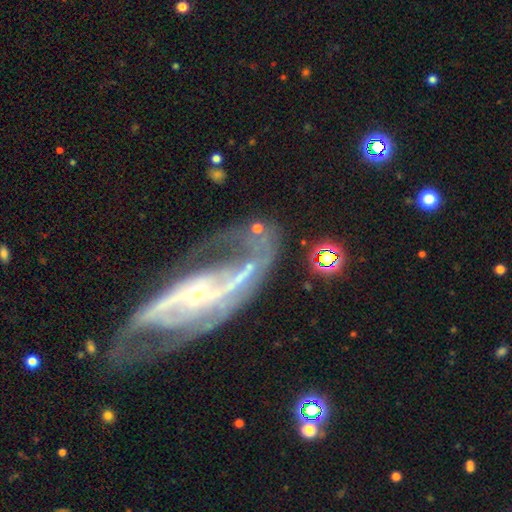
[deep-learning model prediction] The model was most divided on "bar": no: 41%, strong: 30%, weak: 29%. Remaining: spiral arms — yes (93%); edge-on disk — no (90%); smooth or featured — featured or disk (87%); bulge size — small (74%); spiral arm count — 2 (71%); merging — none (58%); spiral winding — medium (45%).